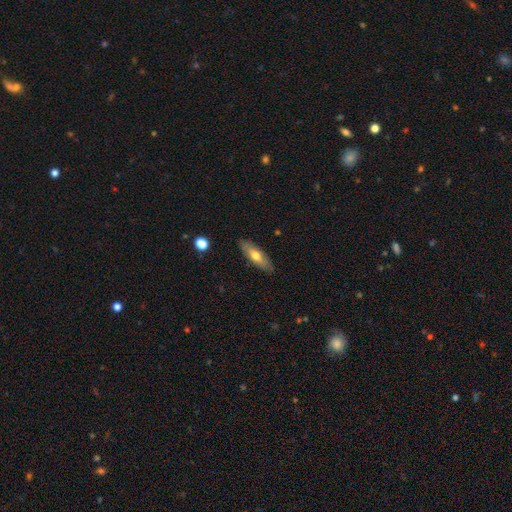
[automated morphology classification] This appears to be a smooth galaxy with no disk features (58%) that is in between round and cigar-shaped (54%). Merging: none (86%).